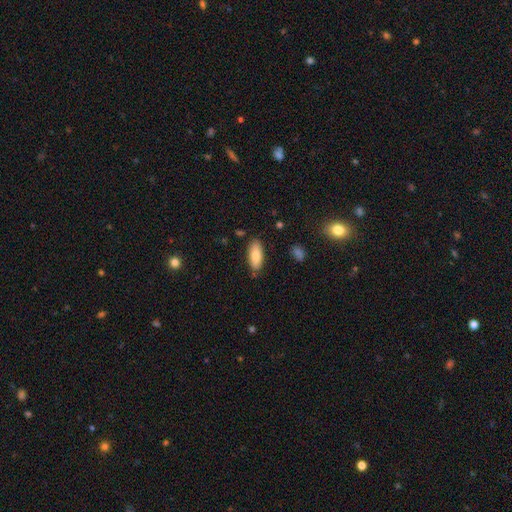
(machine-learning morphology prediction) smooth_or_featured: smooth (p=0.81) [alt: featured or disk p=0.12]
how_rounded: in between (p=0.81) [alt: cigar-shaped p=0.17]
merging: none (p=0.81) [alt: minor disturbance p=0.14]